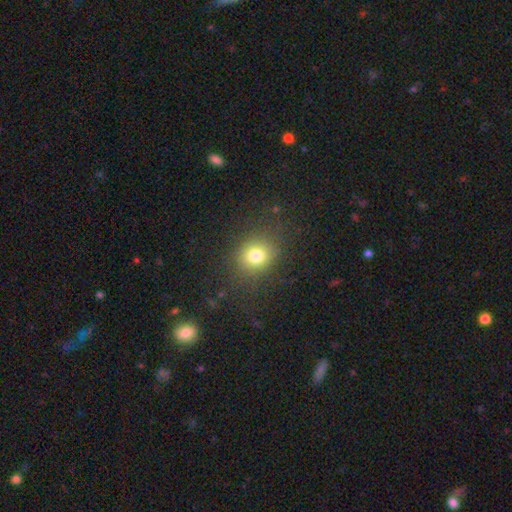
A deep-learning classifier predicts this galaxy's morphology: This is likely a smooth galaxy (76%). How rounded: likely round (68%). Merging: clearly none (82%).